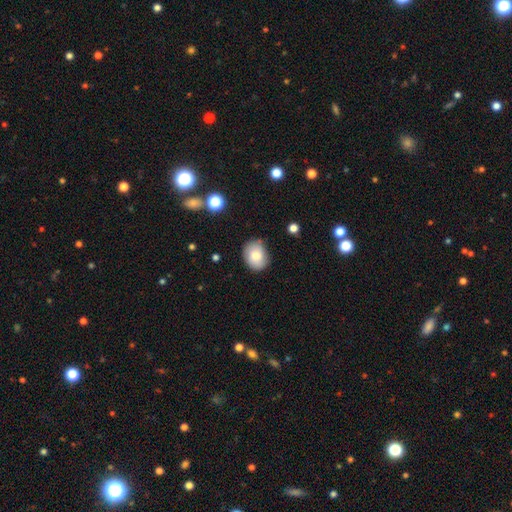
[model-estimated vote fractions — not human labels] Smooth or featured? Predicted: smooth (p=0.77). How rounded? Predicted: in between (p=0.53). Merging? Predicted: none (p=0.77).